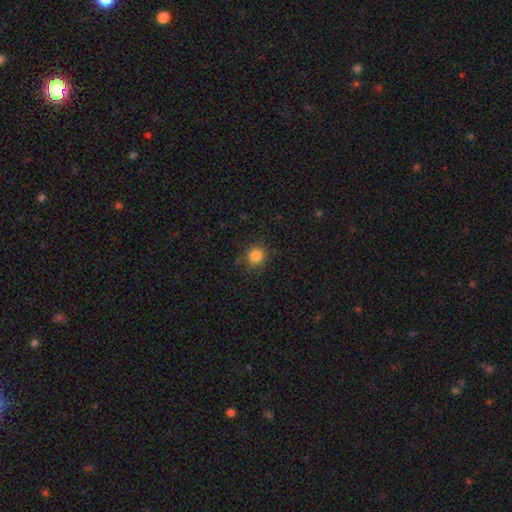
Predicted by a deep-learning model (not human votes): The model was most divided on "merging": none: 81%, minor disturbance: 14%, major disturbance: 4%, merger: 2%. More confident: how rounded — round (88%); smooth or featured — smooth (84%).